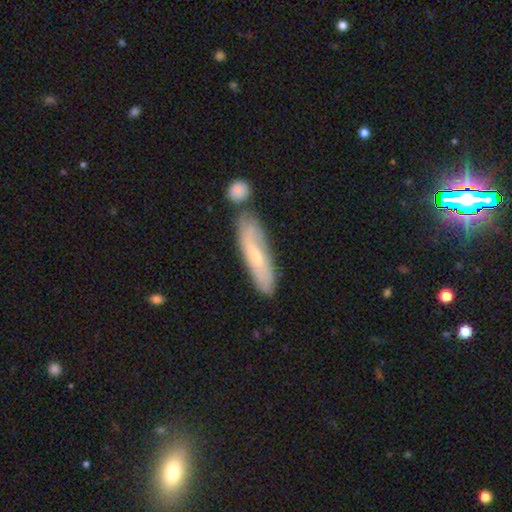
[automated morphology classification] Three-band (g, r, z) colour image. It shows a smooth galaxy with no disk features (48%). Merging: none (59%).